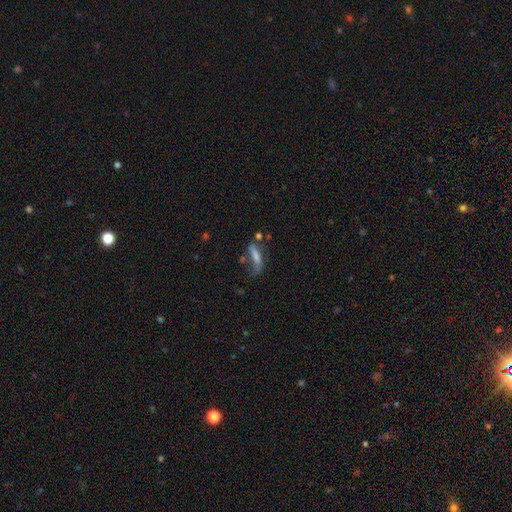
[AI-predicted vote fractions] Morphology: type=smooth (50%); roundness=cigar-shaped (68%); merging=none (39%).